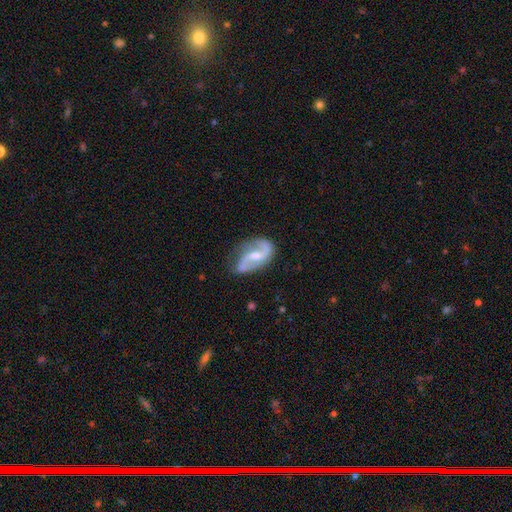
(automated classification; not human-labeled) Morphology: type=featured or disk (90%); edge-on=no (97%); bar=weak (39%); spiral arms=yes (97%); winding=loose (50%); arm count=2 (92%); bulge=moderate (55%); merging=none (72%).